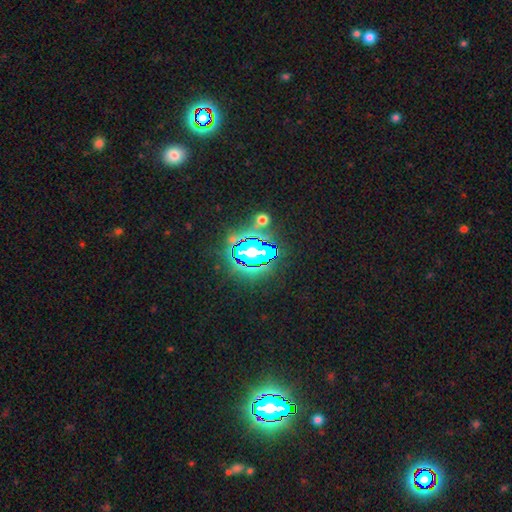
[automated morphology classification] A star or artifact, not a galaxy (71%).

Vote fractions:
- Smooth or featured? star or artifact: 71% / smooth: 16% / featured or disk: 12%